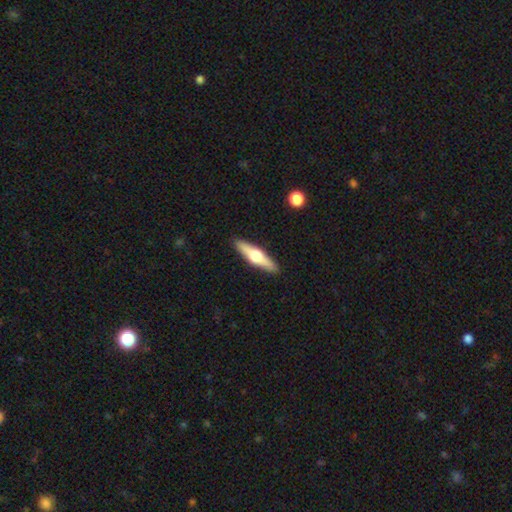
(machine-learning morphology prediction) Smooth or featured?
  - featured or disk: 59% *
  - smooth: 36%
  - star or artifact: 5%
Edge-on disk?
  - yes: 95% *
  - no: 5%
Edge-on bulge?
  - rounded: 95% *
  - boxy: 3%
  - none: 2%
Merging?
  - none: 91% *
  - minor disturbance: 6%
  - major disturbance: 1%
  - merger: 1%